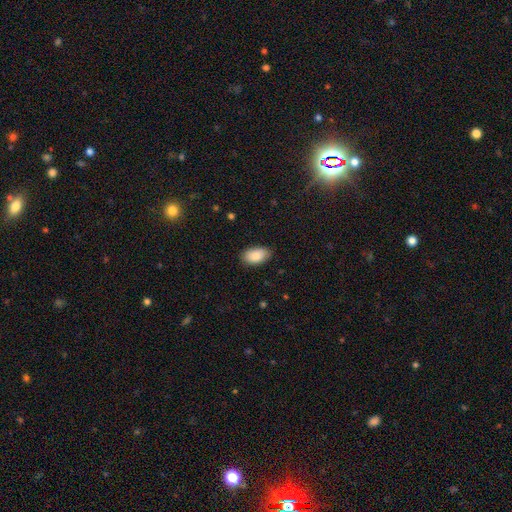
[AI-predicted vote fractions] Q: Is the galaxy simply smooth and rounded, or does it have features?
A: smooth — 87%.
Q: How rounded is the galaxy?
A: in between — 94%.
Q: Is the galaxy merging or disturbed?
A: none — 84%.